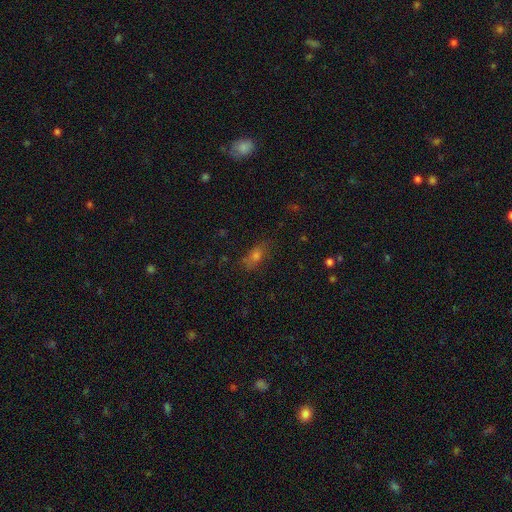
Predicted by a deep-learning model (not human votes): Smooth or featured?
  - smooth: 61% *
  - star or artifact: 23%
  - featured or disk: 17%
How rounded?
  - in between: 69% *
  - round: 16%
  - cigar-shaped: 15%
Merging?
  - none: 73% *
  - minor disturbance: 17%
  - major disturbance: 7%
  - merger: 3%